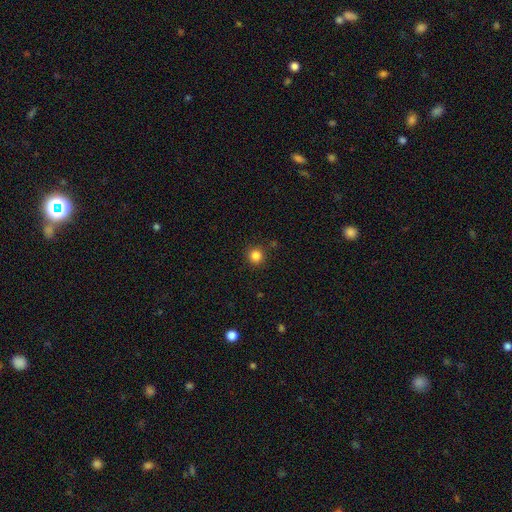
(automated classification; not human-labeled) Q: Smooth or featured?
A: smooth (83%); runner-up: star or artifact (13%)
Q: How rounded?
A: round (94%); runner-up: in between (5%)
Q: Merging?
A: none (89%); runner-up: minor disturbance (6%)